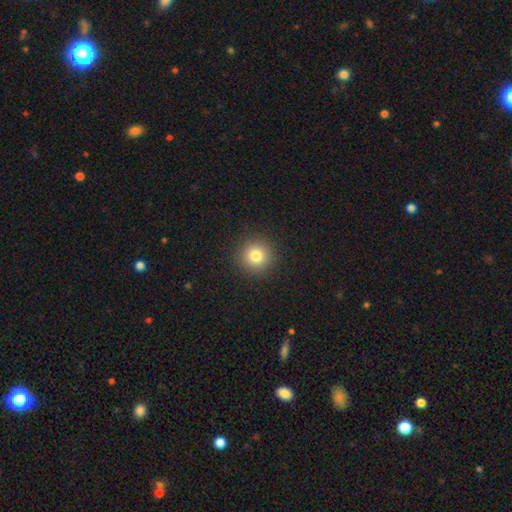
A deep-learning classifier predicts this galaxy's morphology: Smooth or featured: smooth — 81% (star or artifact — 12%)
How rounded: round — 94% (in between — 5%)
Merging: none — 91% (minor disturbance — 5%)